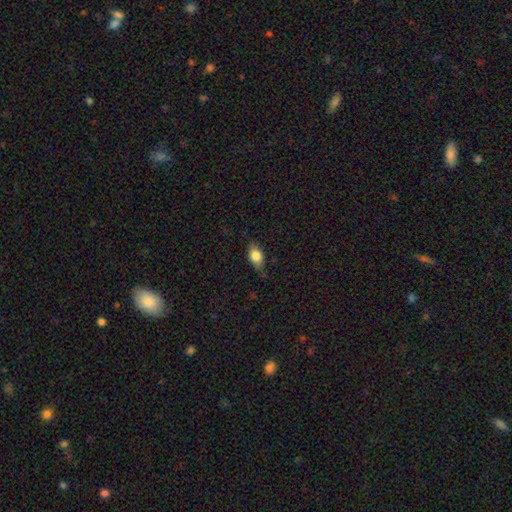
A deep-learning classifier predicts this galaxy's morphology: smooth_or_featured: smooth (p=0.77) [alt: featured or disk p=0.15]
how_rounded: in between (p=0.85) [alt: round p=0.09]
merging: none (p=0.75) [alt: minor disturbance p=0.20]